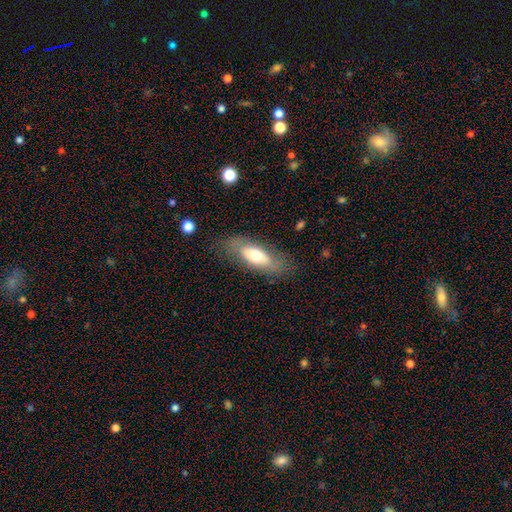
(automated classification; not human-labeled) A smooth galaxy with no disk features (59%) that is in between round and cigar-shaped (73%). Merging: none (76%).